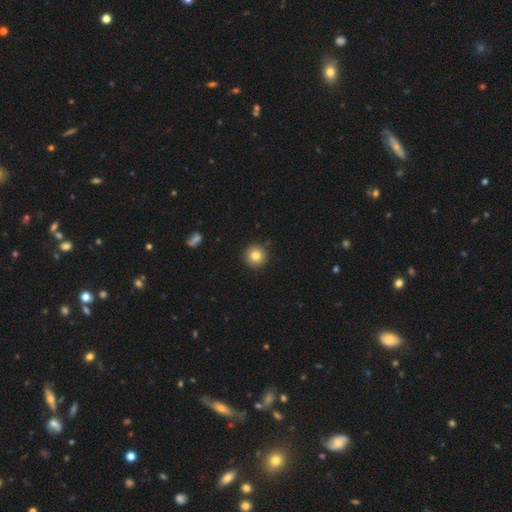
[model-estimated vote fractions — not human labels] Q: Smooth or featured?
A: smooth (81%); runner-up: star or artifact (10%)
Q: How rounded?
A: round (95%); runner-up: in between (4%)
Q: Merging?
A: none (91%); runner-up: minor disturbance (6%)